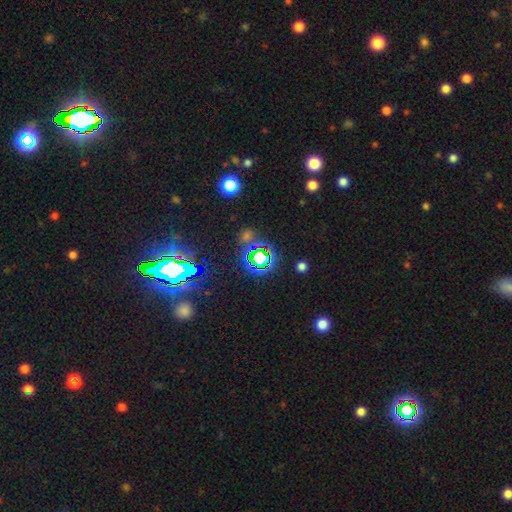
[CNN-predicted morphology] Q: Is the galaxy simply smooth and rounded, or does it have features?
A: star or artifact — 82%.